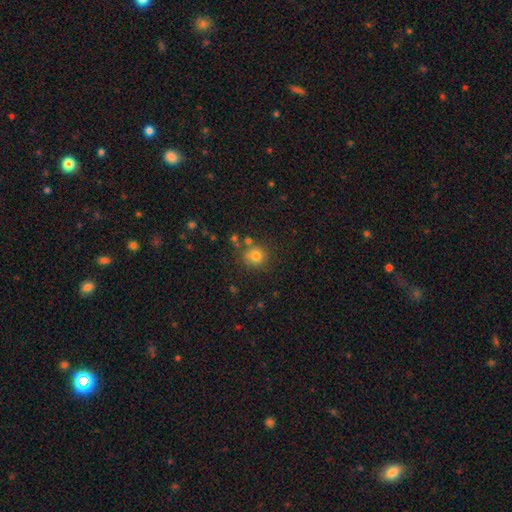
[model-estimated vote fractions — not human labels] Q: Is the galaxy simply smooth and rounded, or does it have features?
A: smooth — 77%.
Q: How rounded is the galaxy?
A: round — 90%.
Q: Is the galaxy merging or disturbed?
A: none — 74%.